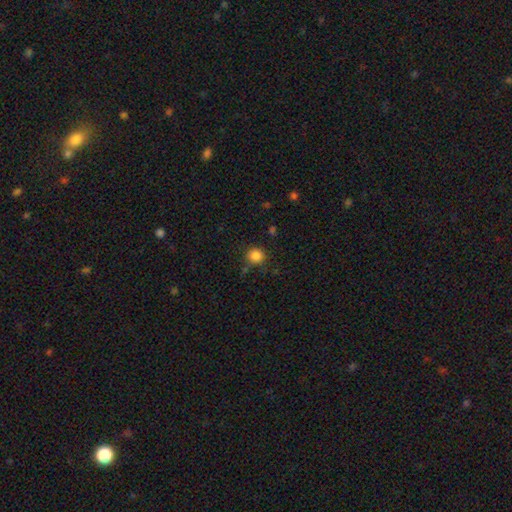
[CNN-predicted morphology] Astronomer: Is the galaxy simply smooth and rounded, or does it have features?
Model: smooth — 85%.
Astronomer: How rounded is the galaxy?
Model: round — 91%.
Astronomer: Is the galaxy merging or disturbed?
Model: none — 80%.